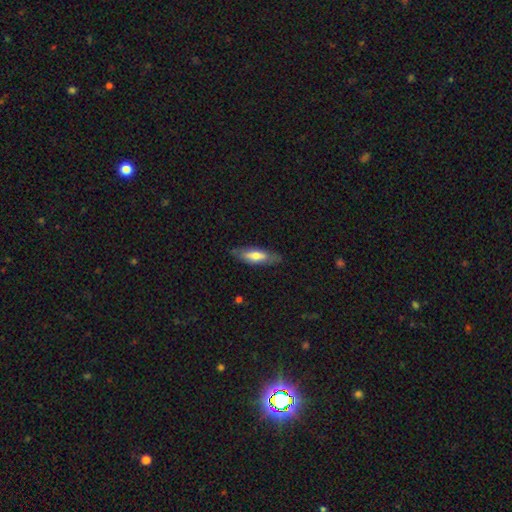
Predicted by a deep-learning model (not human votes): This appears to be a smooth galaxy with no disk features (58%) that is in between round and cigar-shaped (55%). Merging: none (77%).